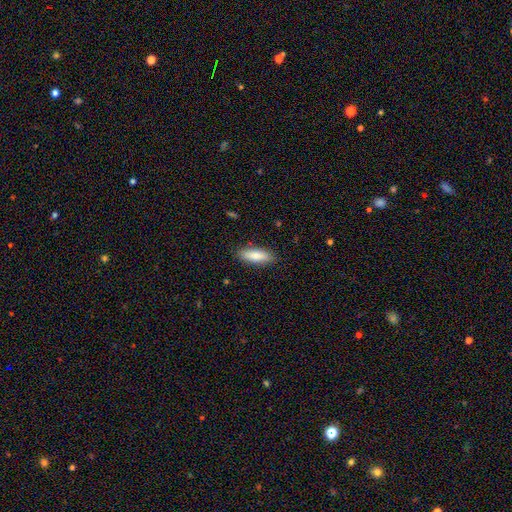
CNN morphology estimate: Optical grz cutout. It shows a smooth galaxy with no disk features (83%) that is in between round and cigar-shaped (58%). Merging: none (87%).